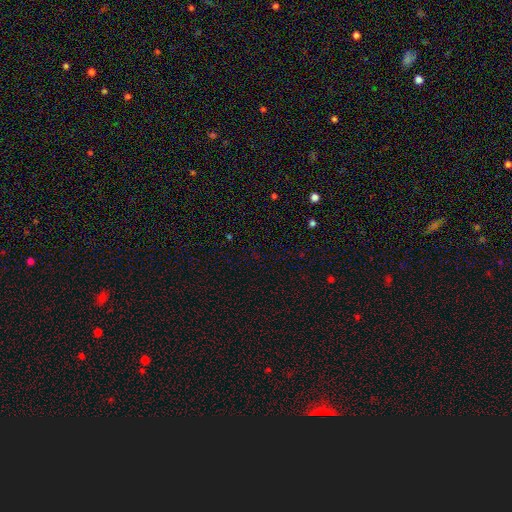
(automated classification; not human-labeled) smooth_or_featured: star or artifact (p=0.67) [alt: smooth p=0.26]